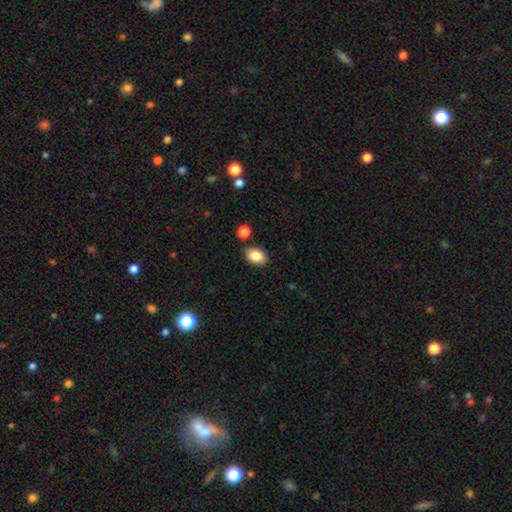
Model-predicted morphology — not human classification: Smooth or featured: smooth — 86% (star or artifact — 8%)
How rounded: in between — 83% (round — 16%)
Merging: none — 82% (minor disturbance — 10%)